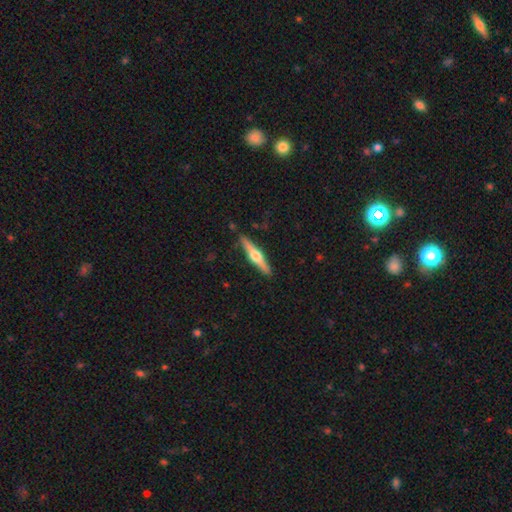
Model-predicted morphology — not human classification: This is likely a featured or disk galaxy (68%). It is clearly viewed edge-on (97%). Edge-on bulge: clearly rounded (95%). Merging: clearly none (89%).